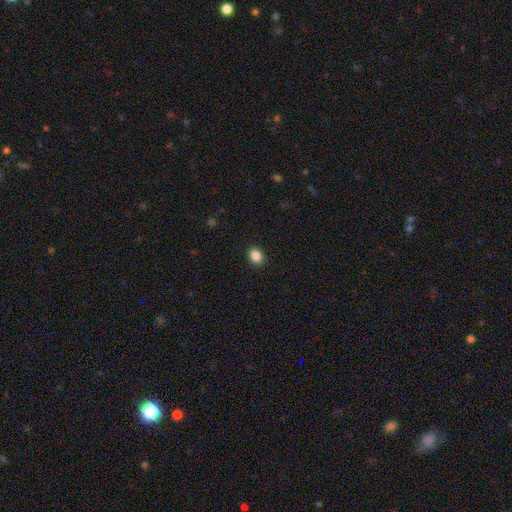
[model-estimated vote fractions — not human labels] The model was most divided on "how rounded": in between: 51%, round: 48%, cigar-shaped: 1%. More confident: merging — none (91%); smooth or featured — smooth (86%).